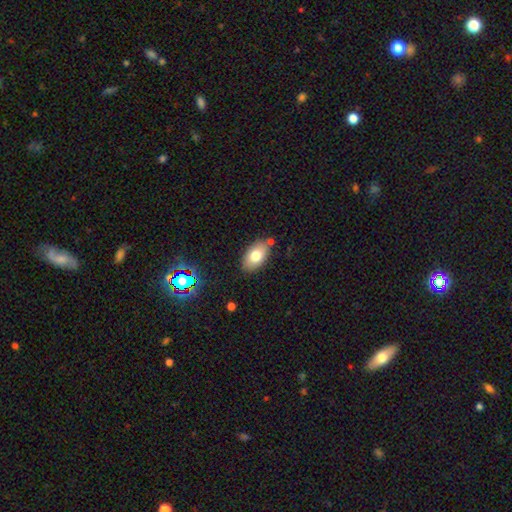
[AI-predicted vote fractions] This is likely a smooth galaxy (76%). How rounded: clearly in between (92%). Merging: clearly none (80%).